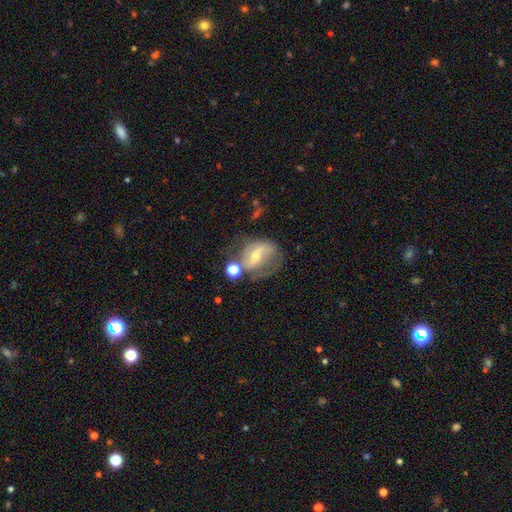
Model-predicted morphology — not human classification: This appears to be a featured or disk galaxy (67%) with a weak bar (41%), 2 (71%) loose (48%) spiral arms (79%) and a small central bulge (47%). Merging: none (43%).